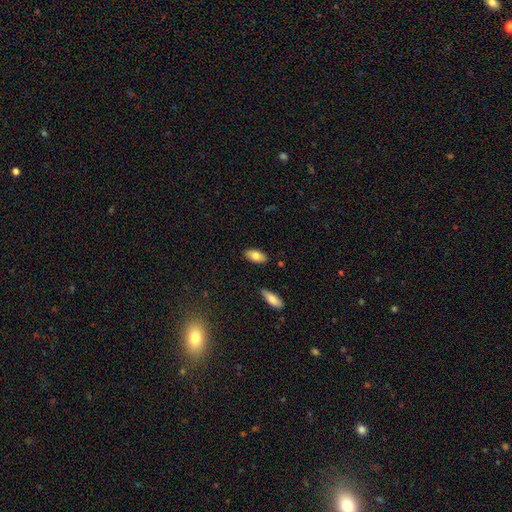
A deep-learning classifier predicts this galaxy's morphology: The model was most divided on "smooth or featured": smooth: 81%, featured or disk: 12%, star or artifact: 6%. More confident: how rounded — in between (91%); merging — none (86%).